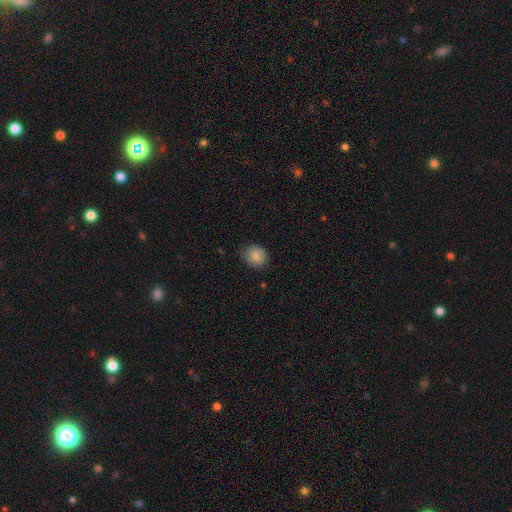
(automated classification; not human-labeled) This appears to be a smooth galaxy with no disk features (87%) that is round (70%). Merging: none (80%).